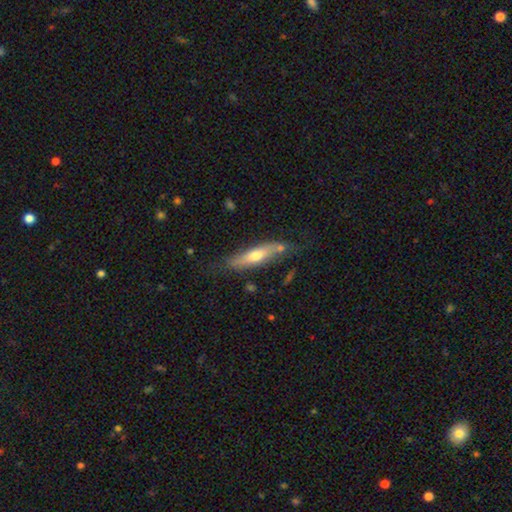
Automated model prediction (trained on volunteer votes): The model was most divided on "smooth or featured": smooth: 51%, featured or disk: 43%, star or artifact: 6%. More confident: how rounded — cigar-shaped (69%); merging — none (65%).